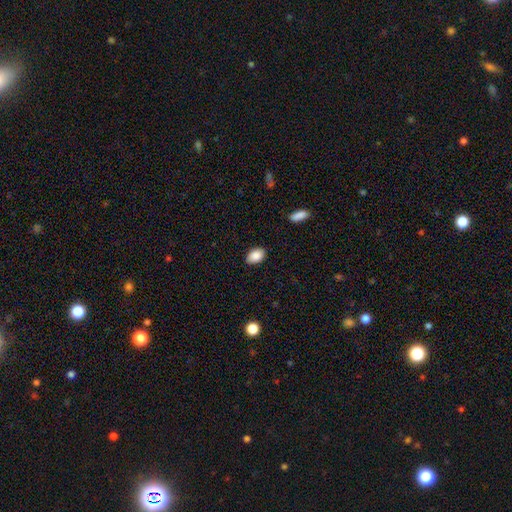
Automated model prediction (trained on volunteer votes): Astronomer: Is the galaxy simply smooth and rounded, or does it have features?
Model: smooth — 88%.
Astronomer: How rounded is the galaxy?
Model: in between — 88%.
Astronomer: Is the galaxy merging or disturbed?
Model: none — 86%.